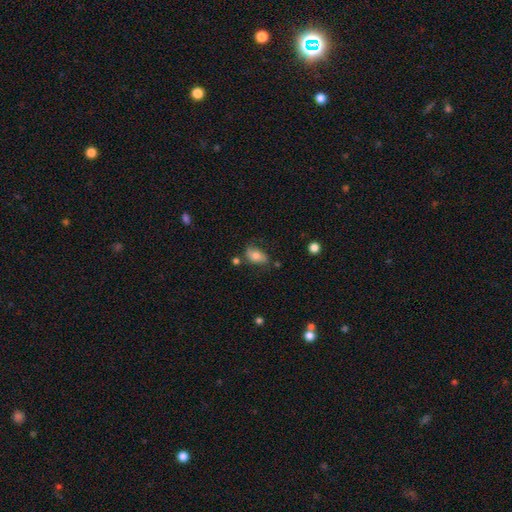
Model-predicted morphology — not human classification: smooth_or_featured: smooth (p=0.72) [alt: featured or disk p=0.19]
how_rounded: in between (p=0.88) [alt: round p=0.10]
merging: none (p=0.62) [alt: minor disturbance p=0.24]